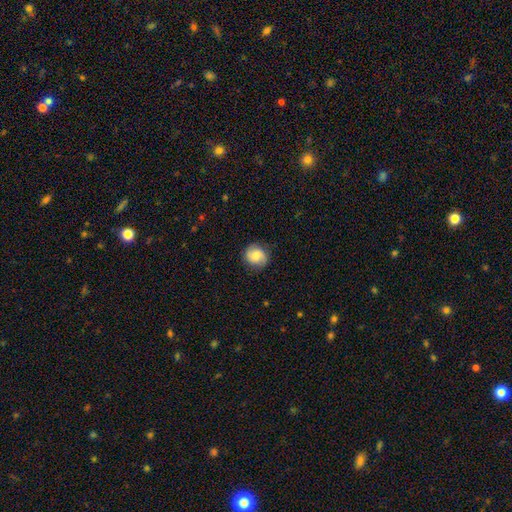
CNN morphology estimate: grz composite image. It shows a smooth galaxy with no disk features (64%) that is round (82%). Merging: none (82%).